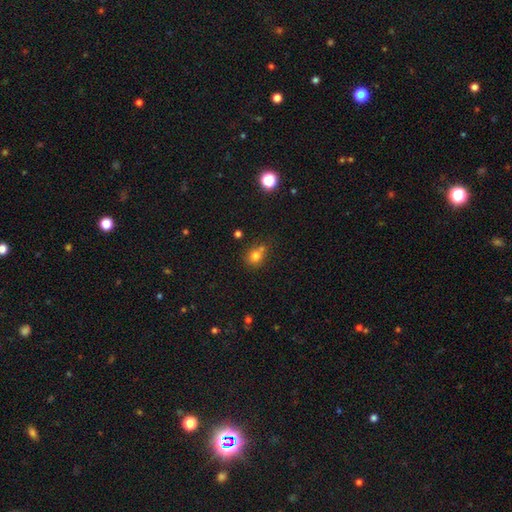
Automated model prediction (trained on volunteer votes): Q: Smooth or featured?
A: smooth (77%); runner-up: star or artifact (14%)
Q: How rounded?
A: round (75%); runner-up: in between (24%)
Q: Merging?
A: none (54%); runner-up: merger (25%)